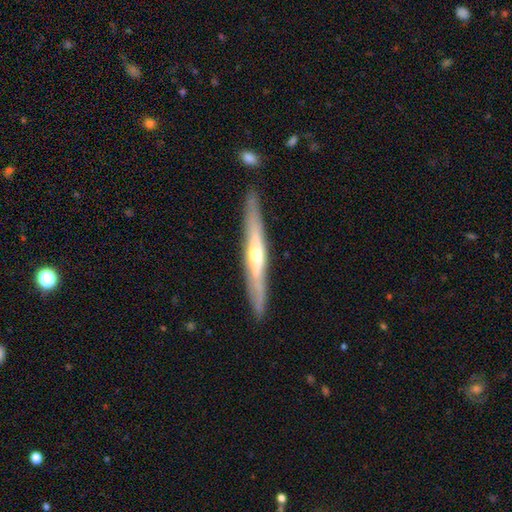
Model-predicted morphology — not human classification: This is likely a featured or disk galaxy (70%). It is clearly viewed edge-on (94%). Edge-on bulge: likely rounded (77%). Merging: clearly none (88%).